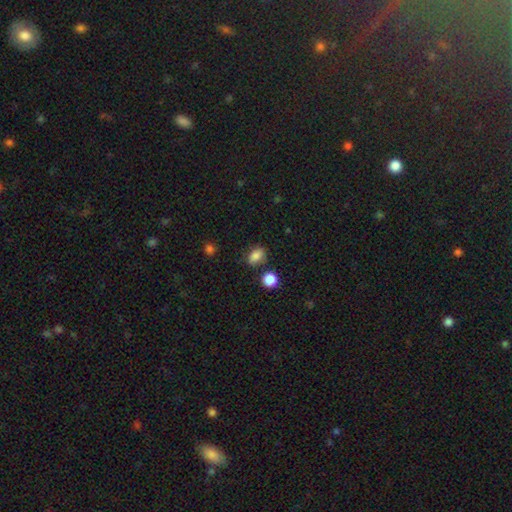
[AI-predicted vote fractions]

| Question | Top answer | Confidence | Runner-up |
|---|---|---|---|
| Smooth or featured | smooth | 82% | star or artifact (11%) |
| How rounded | in between | 74% | round (24%) |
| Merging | none | 74% | minor disturbance (16%) |